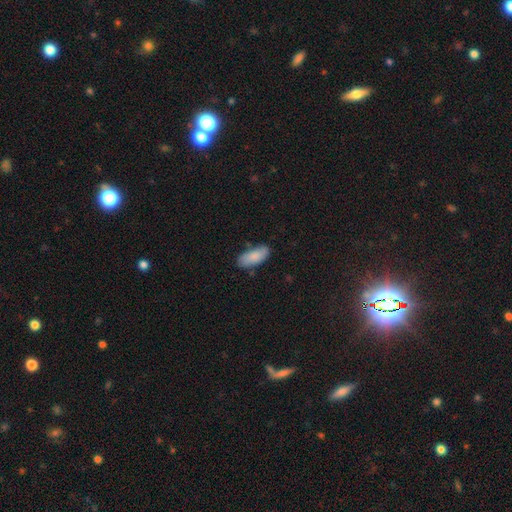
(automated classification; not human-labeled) This appears to be a smooth galaxy with no disk features (85%) that is in between round and cigar-shaped (84%). Merging: none (75%).